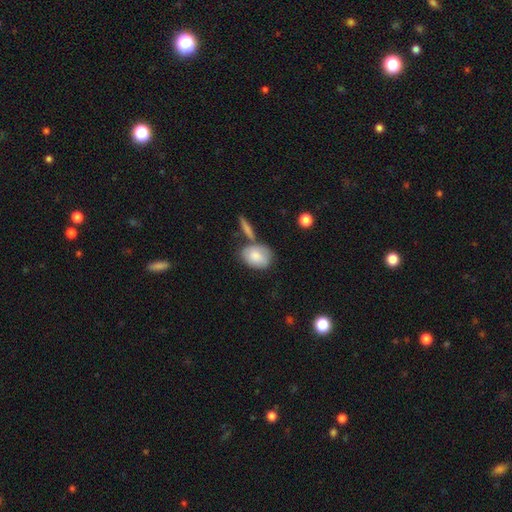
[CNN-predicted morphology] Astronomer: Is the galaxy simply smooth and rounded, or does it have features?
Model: smooth — 77%.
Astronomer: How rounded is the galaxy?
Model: in between — 75%.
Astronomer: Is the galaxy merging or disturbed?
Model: none — 49% (runner-up: merger, 24%).